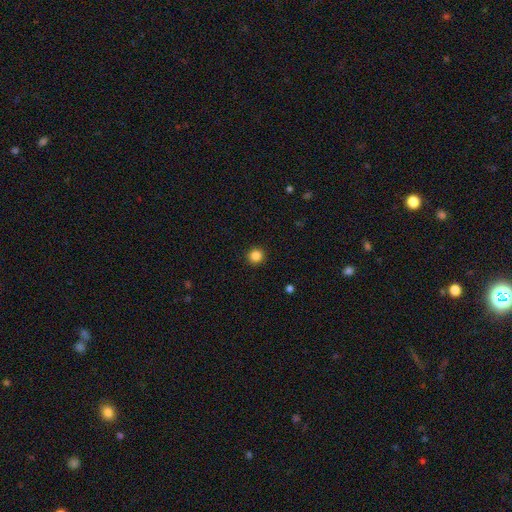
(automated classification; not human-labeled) smooth_or_featured: smooth (p=0.85) [alt: star or artifact p=0.11]
how_rounded: round (p=0.95) [alt: in between p=0.04]
merging: none (p=0.93) [alt: minor disturbance p=0.05]